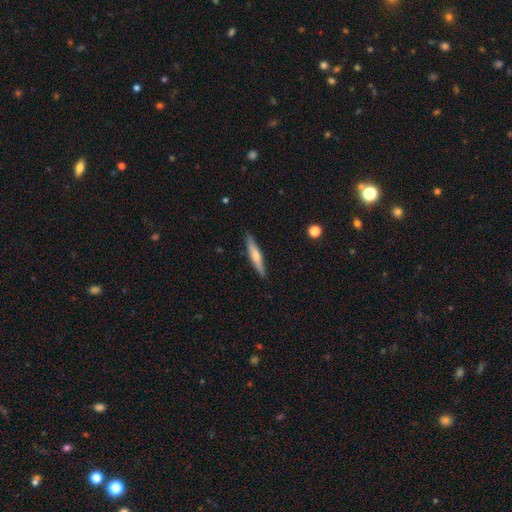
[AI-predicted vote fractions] Overall: smooth (52%; featured or disk 43%). How rounded: cigar-shaped (91%). Merging: none (90%).